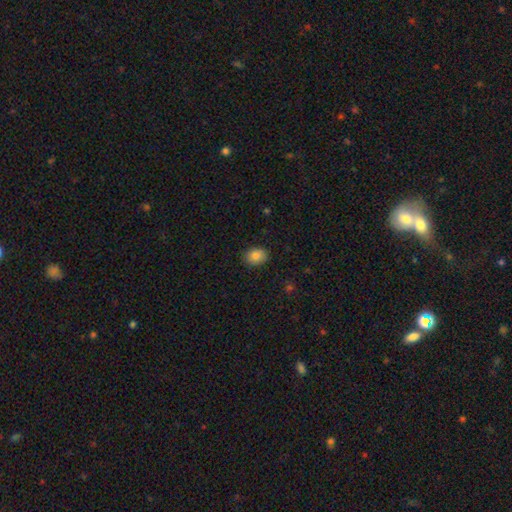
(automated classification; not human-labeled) Q: Smooth or featured?
A: smooth (84%); runner-up: star or artifact (9%)
Q: How rounded?
A: in between (64%); runner-up: round (35%)
Q: Merging?
A: none (88%); runner-up: minor disturbance (9%)